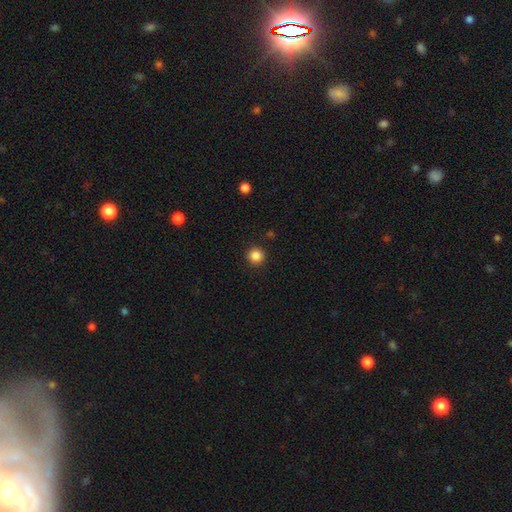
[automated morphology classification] smooth 86%, star or artifact 11%, featured or disk 3%. Down the decision tree: how rounded — round (95%); merging — none (92%).